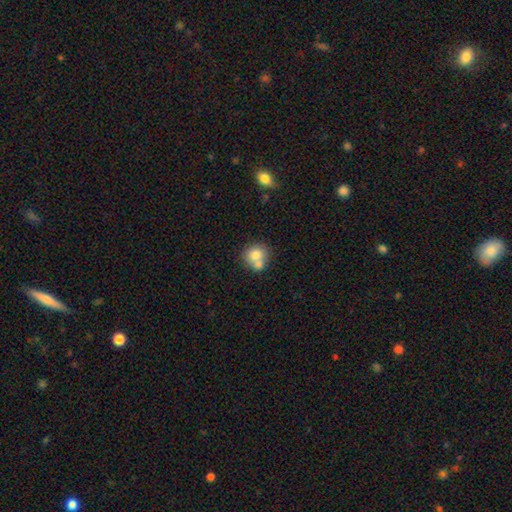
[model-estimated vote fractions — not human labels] Smooth or featured?
  - smooth: 76% *
  - featured or disk: 15%
  - star or artifact: 9%
How rounded?
  - round: 79% *
  - in between: 20%
  - cigar-shaped: 1%
Merging?
  - merger: 44% *
  - none: 42%
  - minor disturbance: 10%
  - major disturbance: 3%